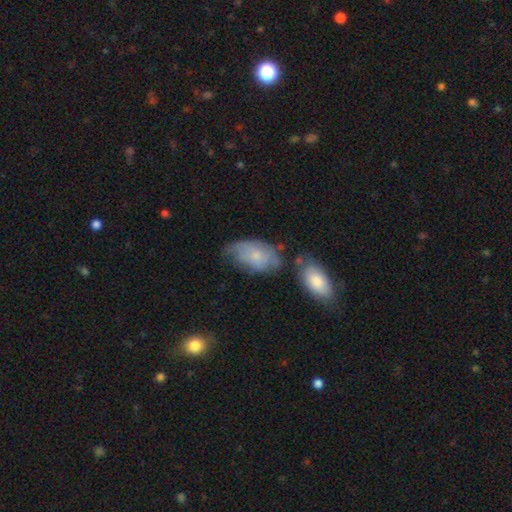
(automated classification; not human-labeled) Morphology: type=smooth (60%); roundness=in between (91%); merging=none (39%).